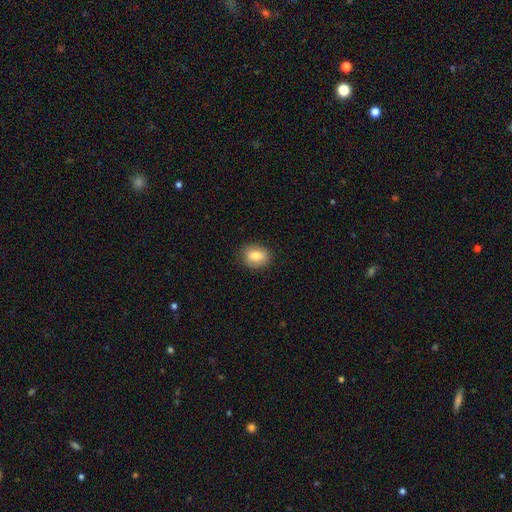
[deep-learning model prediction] A smooth galaxy with no disk features (81%) that is in between round and cigar-shaped (57%).

Vote fractions:
- Smooth or featured? smooth: 81% / featured or disk: 11% / star or artifact: 8%
- How rounded? in between: 57% / round: 41% / cigar-shaped: 1%
- Merging? none: 85% / minor disturbance: 12% / major disturbance: 3% / merger: 1%